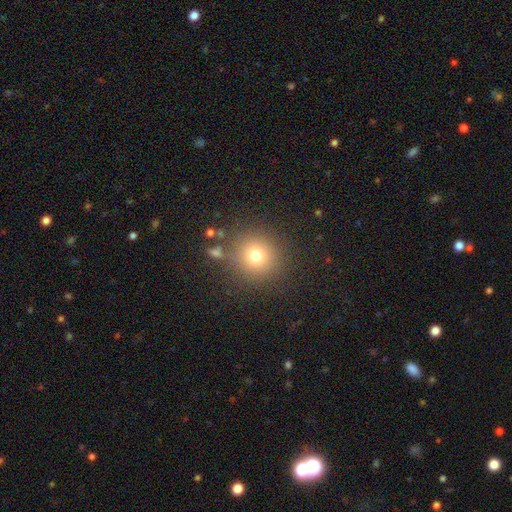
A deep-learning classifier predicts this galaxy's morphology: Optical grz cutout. It shows a smooth galaxy with no disk features (75%) that is round (93%). Merging: none (84%).